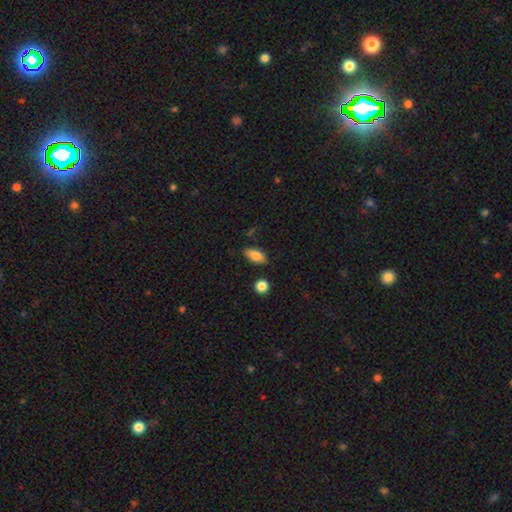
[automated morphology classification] Overall: smooth (80%). How rounded: in between (86%). Merging: none (83%).